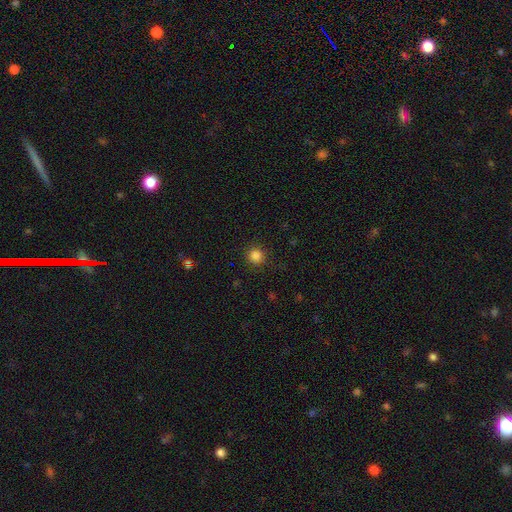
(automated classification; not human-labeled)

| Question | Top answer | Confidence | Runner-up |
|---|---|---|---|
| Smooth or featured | smooth | 84% | star or artifact (13%) |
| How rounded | round | 94% | in between (5%) |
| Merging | none | 90% | minor disturbance (7%) |